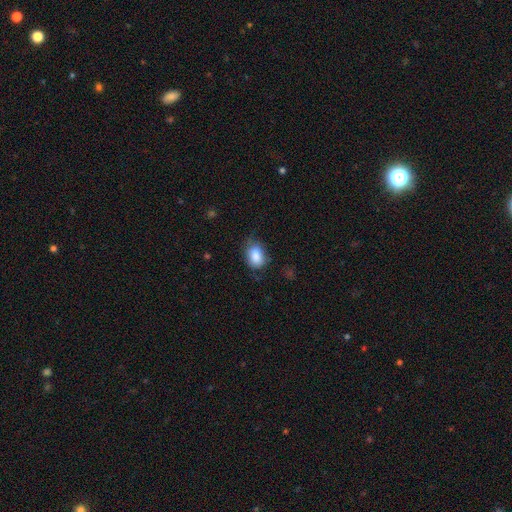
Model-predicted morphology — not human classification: Smooth or featured? smooth (85%)
How rounded? in between (79%)
Merging? none (61%)